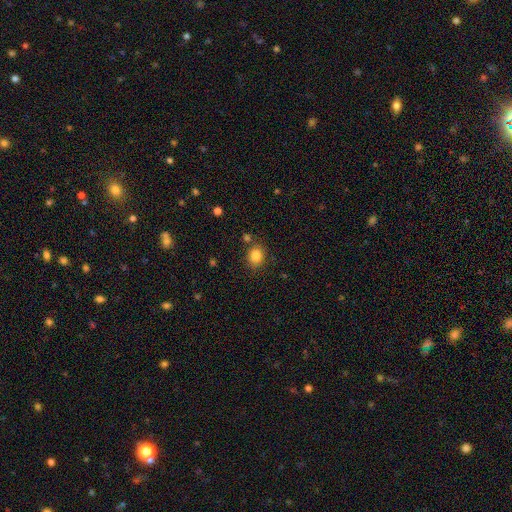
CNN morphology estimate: smooth-or-featured: smooth: 84% | star or artifact: 10% | featured or disk: 5%
  how-rounded: round: 54% | in between: 45% | cigar-shaped: 1%
  merging: none: 80% | minor disturbance: 11% | merger: 6% | major disturbance: 3%